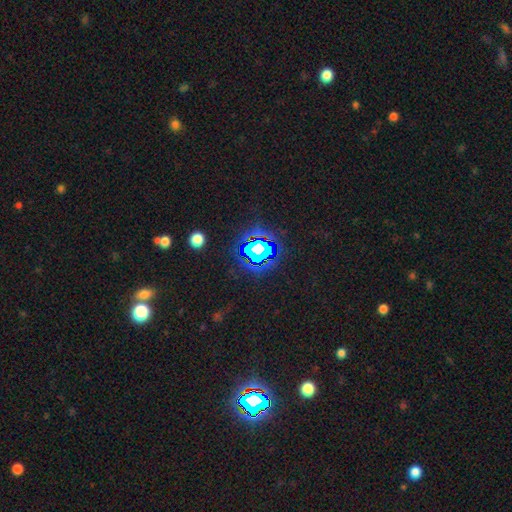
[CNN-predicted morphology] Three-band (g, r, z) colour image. It shows a star or artifact, not a galaxy (79%).